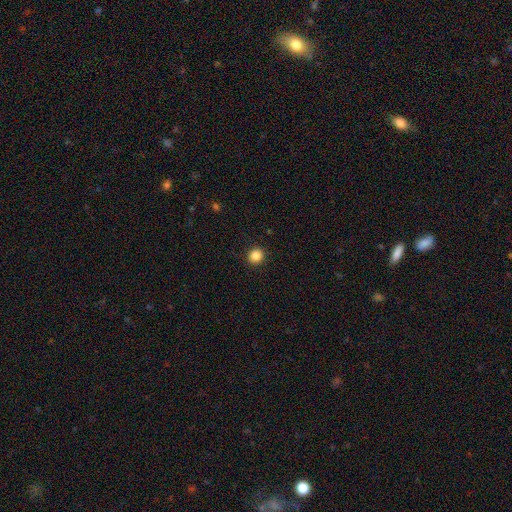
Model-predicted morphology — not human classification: smooth-or-featured: smooth: 86% | star or artifact: 11% | featured or disk: 4%
  how-rounded: round: 88% | in between: 11% | cigar-shaped: 1%
  merging: none: 92% | minor disturbance: 5% | major disturbance: 2% | merger: 1%